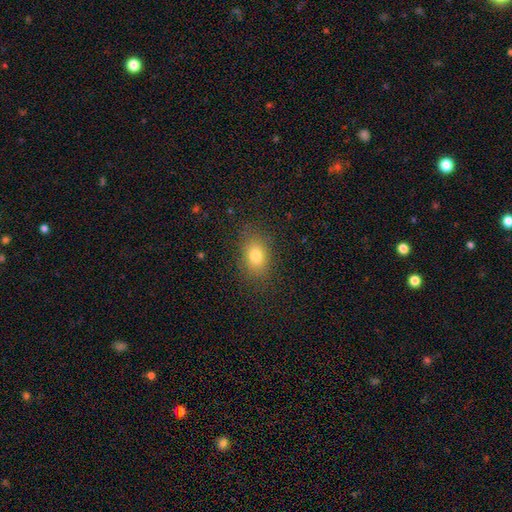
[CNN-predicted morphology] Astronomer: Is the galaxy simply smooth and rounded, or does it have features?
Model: smooth — 79%.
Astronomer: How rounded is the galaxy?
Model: in between — 74%.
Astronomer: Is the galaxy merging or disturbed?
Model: none — 84%.